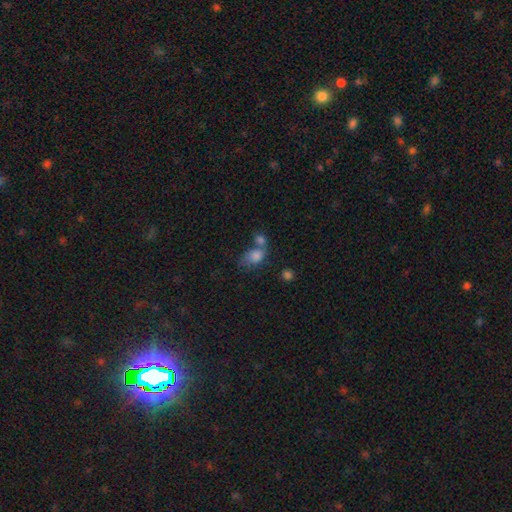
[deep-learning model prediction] smooth_or_featured: smooth (p=0.80) [alt: star or artifact p=0.10]
how_rounded: in between (p=0.69) [alt: round p=0.29]
merging: merger (p=0.49) [alt: none p=0.28]